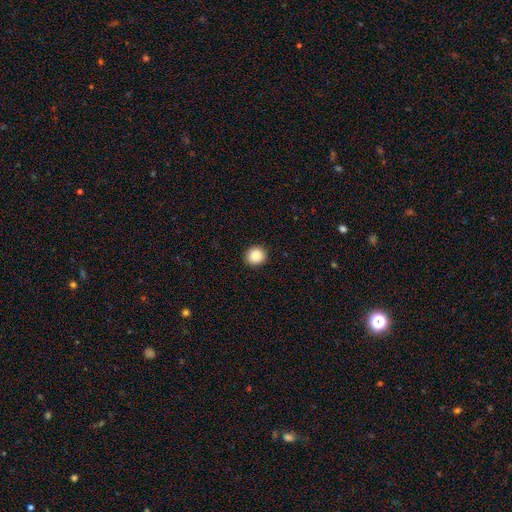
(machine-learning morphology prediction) Smooth or featured? Predicted: smooth (p=0.88). How rounded? Predicted: round (p=0.90). Merging? Predicted: none (p=0.92).